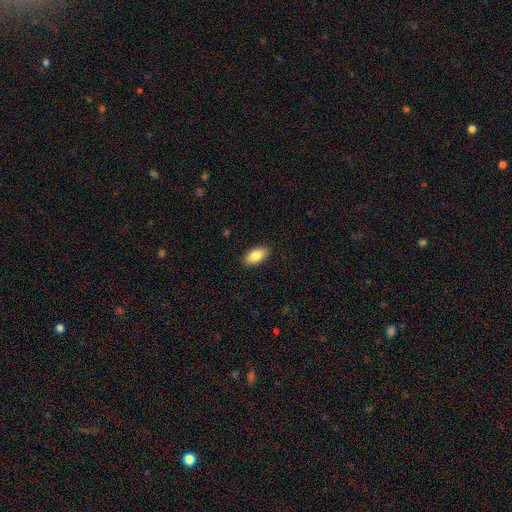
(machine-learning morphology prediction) Overall: smooth (83%). How rounded: in between (92%). Merging: none (88%).